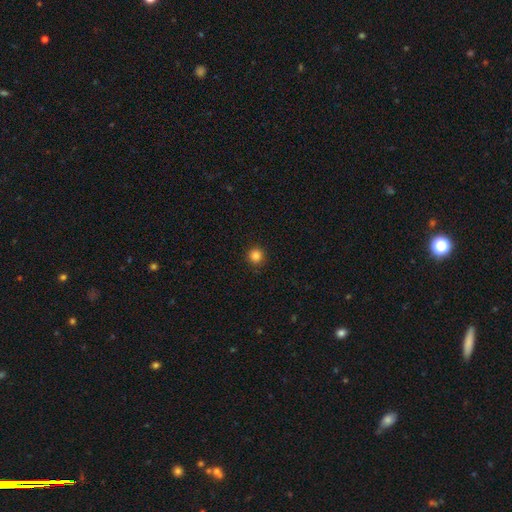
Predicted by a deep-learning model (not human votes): Smooth or featured?
  - smooth: 85% *
  - star or artifact: 12%
  - featured or disk: 4%
How rounded?
  - round: 95% *
  - in between: 4%
  - cigar-shaped: 1%
Merging?
  - none: 92% *
  - minor disturbance: 6%
  - major disturbance: 2%
  - merger: 1%